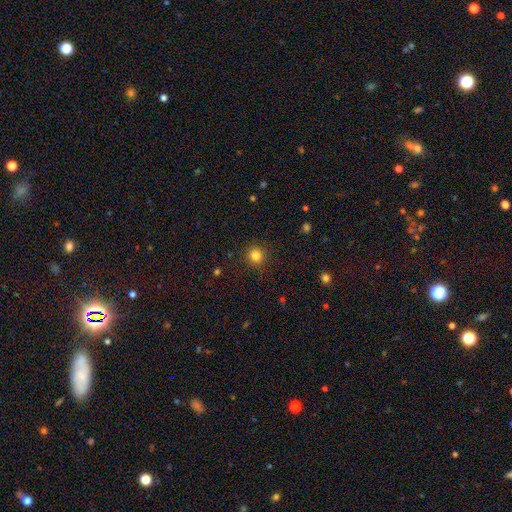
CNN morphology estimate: smooth-or-featured: smooth: 83% | star or artifact: 13% | featured or disk: 5%
  how-rounded: round: 93% | in between: 6% | cigar-shaped: 1%
  merging: none: 91% | minor disturbance: 6% | major disturbance: 2% | merger: 1%